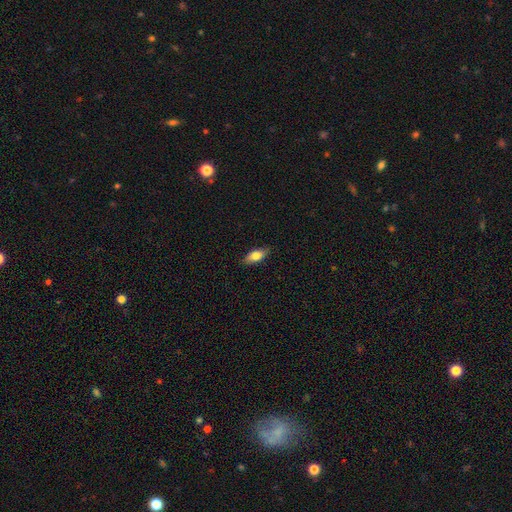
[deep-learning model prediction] Q: Smooth or featured?
A: smooth (76%); runner-up: featured or disk (17%)
Q: How rounded?
A: in between (81%); runner-up: cigar-shaped (16%)
Q: Merging?
A: none (86%); runner-up: minor disturbance (11%)